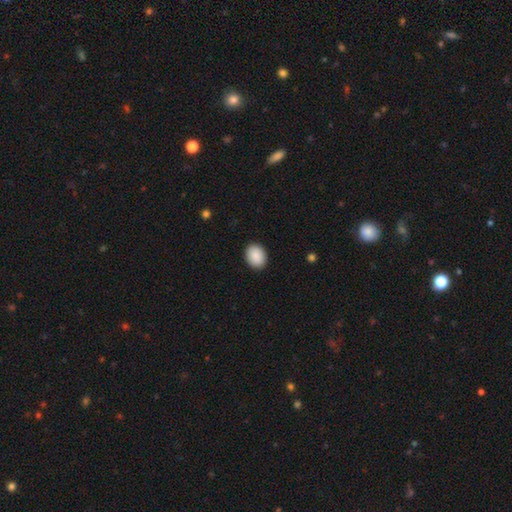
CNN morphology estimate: Smooth or featured? smooth (90%)
How rounded? in between (59%)
Merging? none (90%)